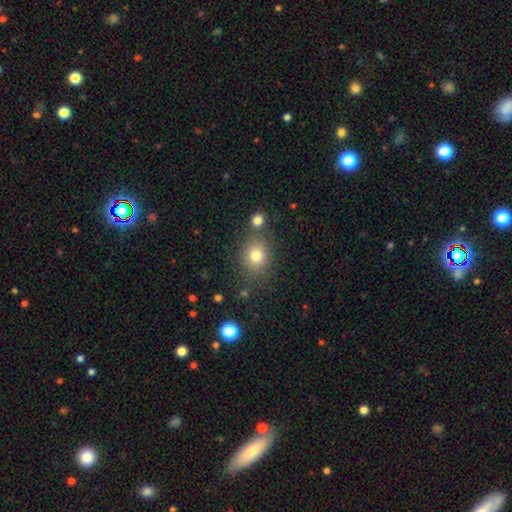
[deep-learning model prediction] The model was most divided on "how rounded": round: 62%, in between: 37%, cigar-shaped: 1%. More confident: smooth or featured — smooth (78%); merging — none (72%).